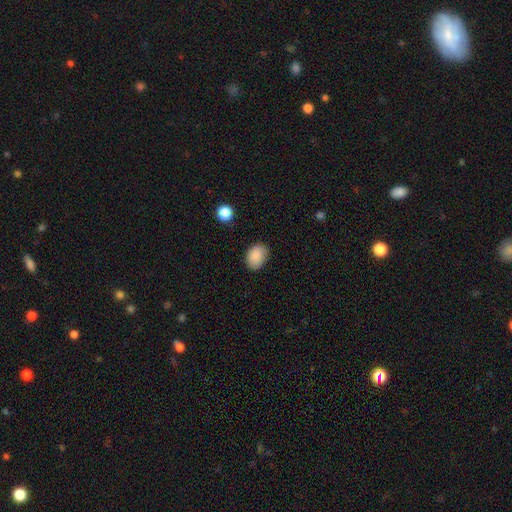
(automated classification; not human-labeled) A smooth galaxy with no disk features (87%) that is in between round and cigar-shaped (75%). Merging: none (79%).